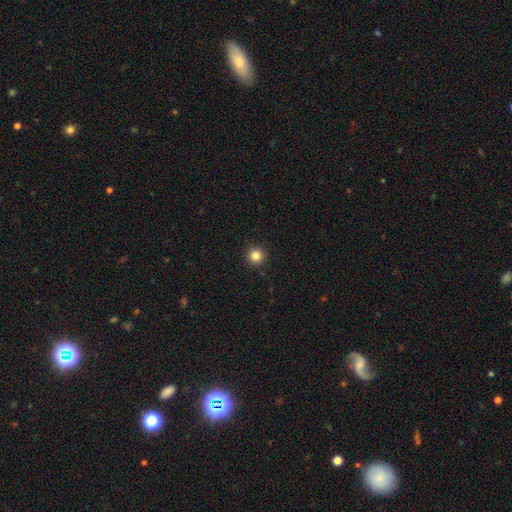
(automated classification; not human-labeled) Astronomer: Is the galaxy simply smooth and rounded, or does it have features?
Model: smooth — 83%.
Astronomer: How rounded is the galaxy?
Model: round — 96%.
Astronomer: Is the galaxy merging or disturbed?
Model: none — 93%.